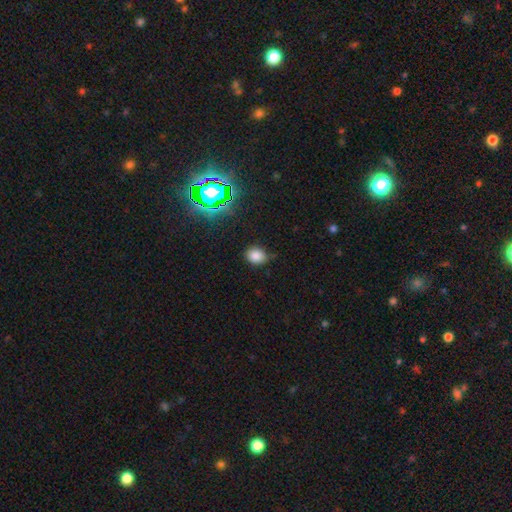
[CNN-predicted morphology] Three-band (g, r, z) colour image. It shows a smooth galaxy with no disk features (79%) that is round (51%). Merging: none (77%).